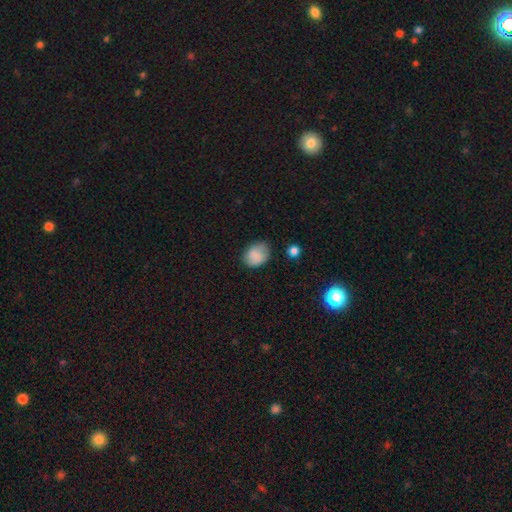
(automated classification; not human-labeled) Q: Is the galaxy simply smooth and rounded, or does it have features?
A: smooth — 82%.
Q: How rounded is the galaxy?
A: in between — 63%.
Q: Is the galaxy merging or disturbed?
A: none — 70%.